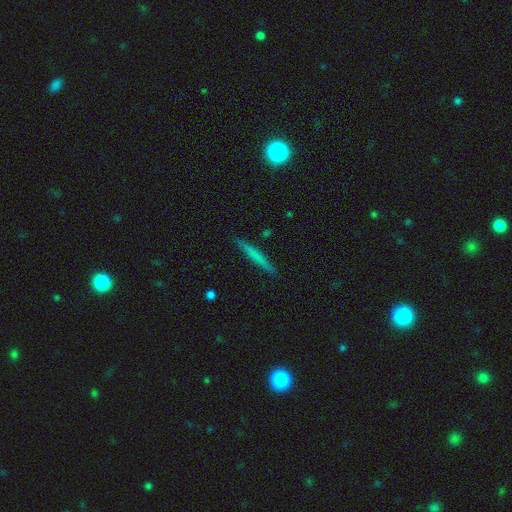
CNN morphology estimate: Overall: smooth (57%; featured or disk 35%). How rounded: cigar-shaped (96%). Merging: none (91%).